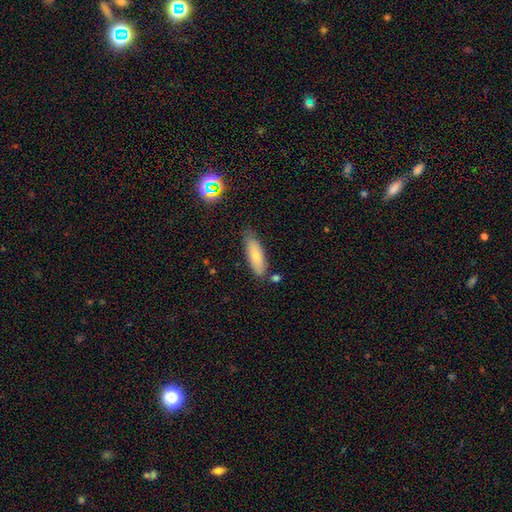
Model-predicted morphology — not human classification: smooth_or_featured: smooth (p=0.74) [alt: featured or disk p=0.18]
how_rounded: in between (p=0.53) [alt: cigar-shaped p=0.45]
merging: none (p=0.73) [alt: minor disturbance p=0.19]